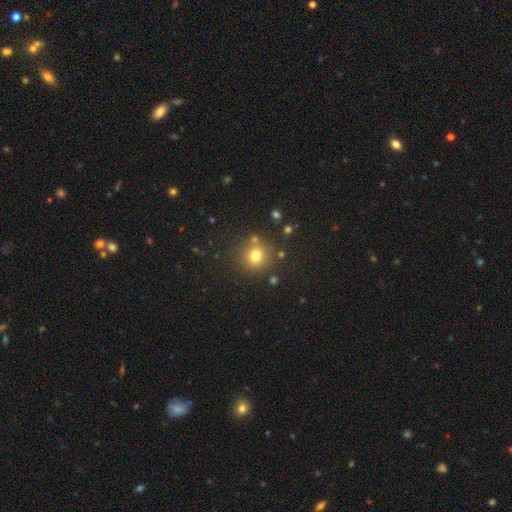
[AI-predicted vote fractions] smooth 76%, star or artifact 16%, featured or disk 8%. Down the decision tree: how rounded — round (91%); merging — none (82%).